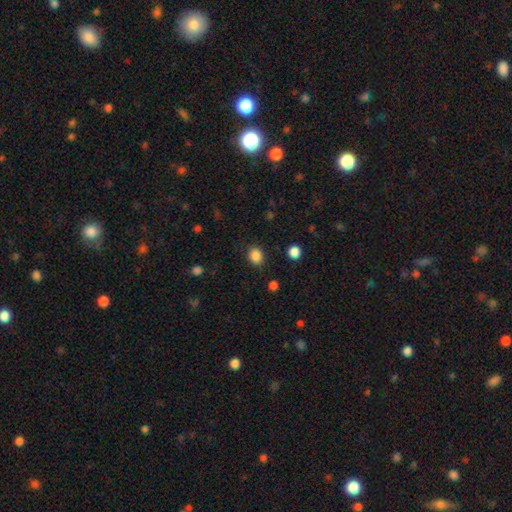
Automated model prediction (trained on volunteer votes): Morphology: type=smooth (86%); roundness=round (65%); merging=none (86%).